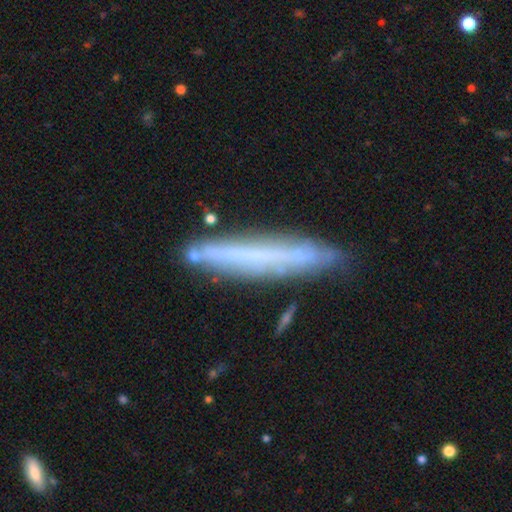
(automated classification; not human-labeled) A featured or disk galaxy (53%) viewed edge-on (86%). Merging: none (79%).